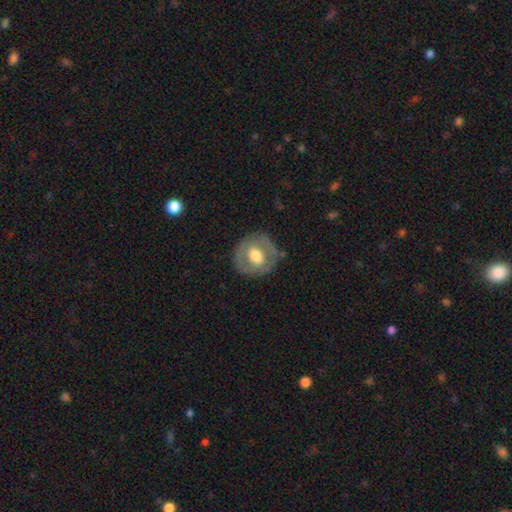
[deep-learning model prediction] Q: Smooth or featured?
A: featured or disk (49%); runner-up: smooth (45%)
Q: Merging?
A: none (76%); runner-up: minor disturbance (16%)